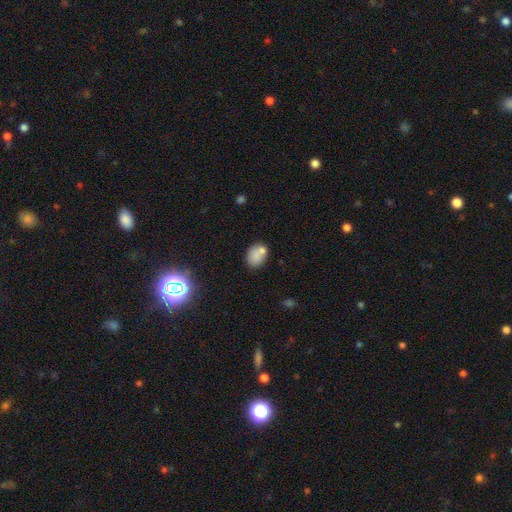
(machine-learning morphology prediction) Q: Smooth or featured?
A: smooth (78%); runner-up: star or artifact (12%)
Q: How rounded?
A: in between (62%); runner-up: round (36%)
Q: Merging?
A: none (61%); runner-up: merger (19%)